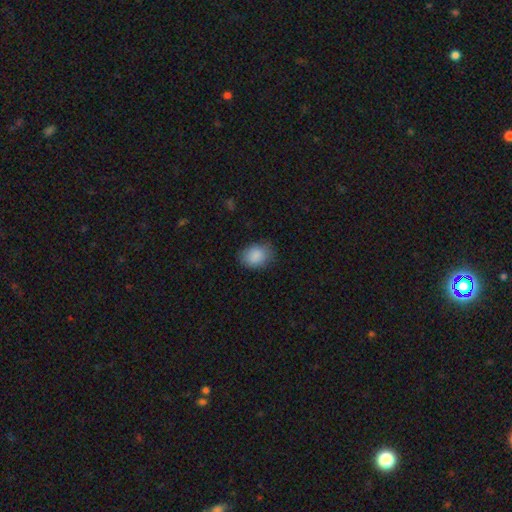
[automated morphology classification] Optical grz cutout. It shows a smooth galaxy with no disk features (88%) that is in between round and cigar-shaped (66%). Merging: none (80%).